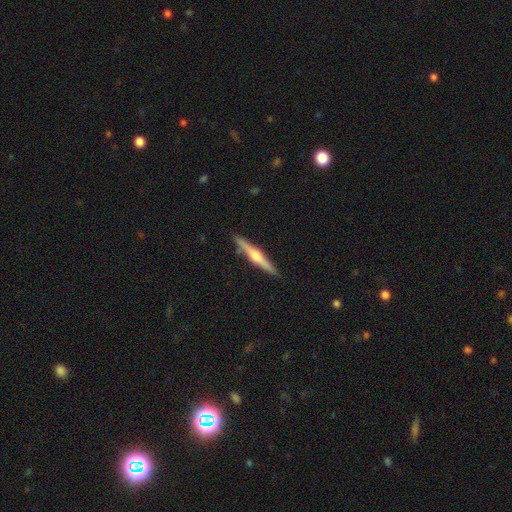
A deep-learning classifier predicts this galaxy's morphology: Smooth or featured? featured or disk (68%)
Edge-on disk? yes (98%)
Edge-on bulge? rounded (88%)
Merging? none (90%)